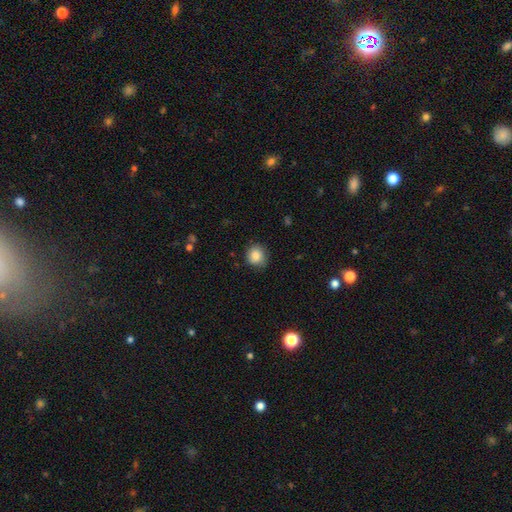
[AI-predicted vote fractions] A smooth galaxy with no disk features (86%) that is round (86%).

Vote fractions:
- Smooth or featured? smooth: 86% / star or artifact: 9% / featured or disk: 6%
- How rounded? round: 86% / in between: 13% / cigar-shaped: 1%
- Merging? none: 82% / minor disturbance: 14% / major disturbance: 3% / merger: 1%